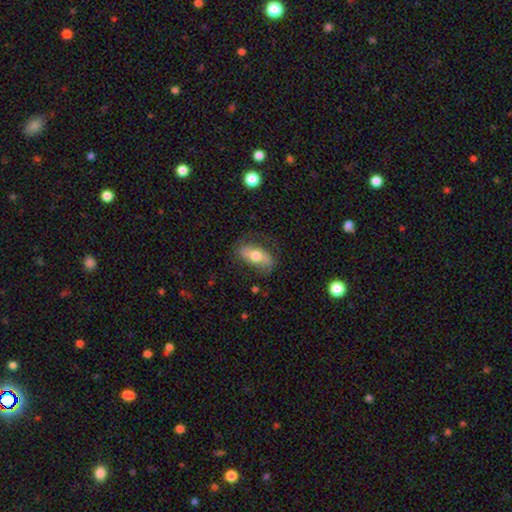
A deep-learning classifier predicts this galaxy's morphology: Smooth or featured? smooth (55%)
How rounded? in between (85%)
Merging? none (72%)